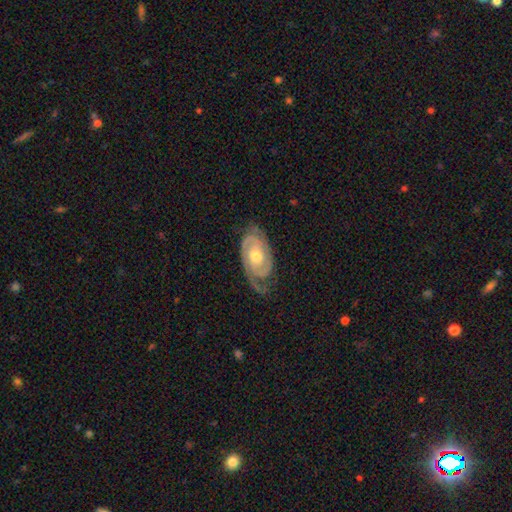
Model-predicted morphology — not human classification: featured or disk 90%, smooth 6%, star or artifact 4%. Down the decision tree: edge-on disk — no (96%); bar — no (68%); spiral arms — yes (97%); spiral arm count — 2 (83%); spiral winding — tight (71%); bulge size — moderate (72%); merging — none (75%).